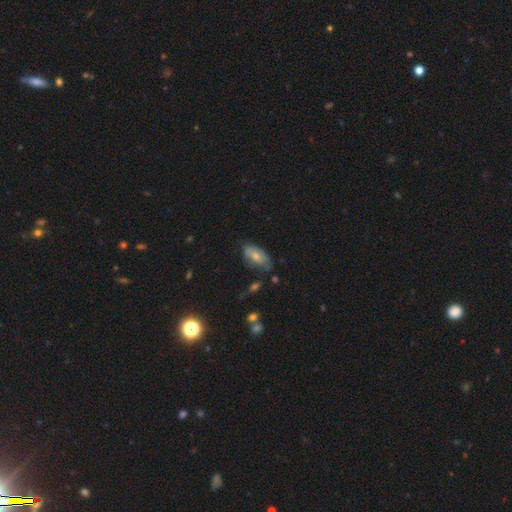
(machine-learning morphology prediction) smooth_or_featured: smooth (p=0.66) [alt: featured or disk p=0.27]
how_rounded: in between (p=0.90) [alt: cigar-shaped p=0.07]
merging: none (p=0.55) [alt: minor disturbance p=0.33]